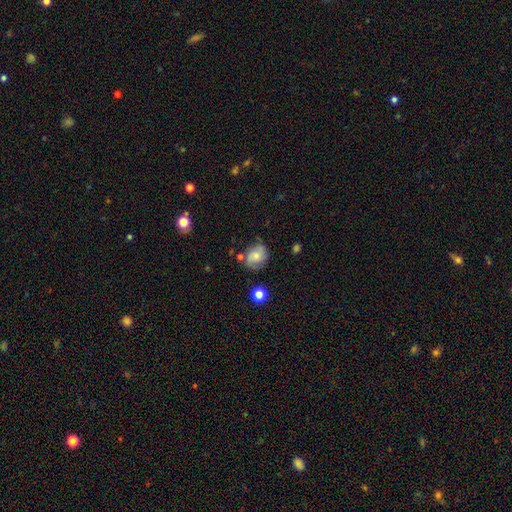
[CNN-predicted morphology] smooth 59%, featured or disk 31%, star or artifact 10%. Down the decision tree: how rounded — round (57%); merging — none (63%).